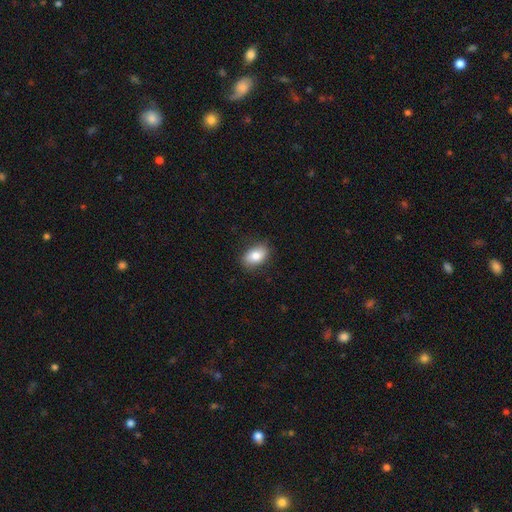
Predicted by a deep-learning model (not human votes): Overall: smooth (82%). How rounded: in between (86%). Merging: none (84%).